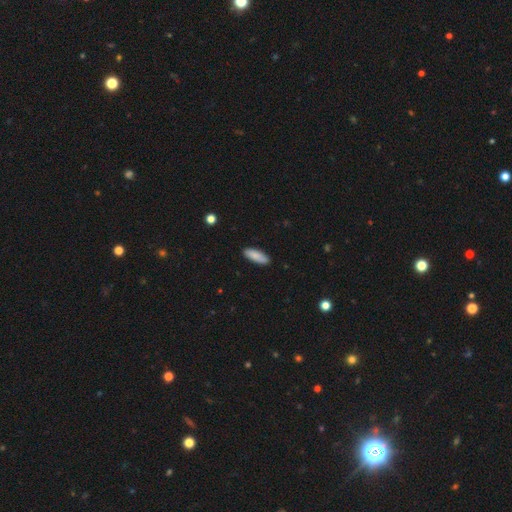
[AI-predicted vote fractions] A smooth galaxy with no disk features (87%) that is in between round and cigar-shaped (63%). Merging: none (88%).